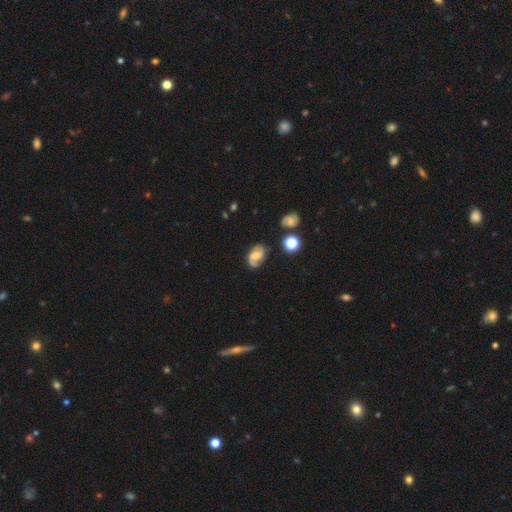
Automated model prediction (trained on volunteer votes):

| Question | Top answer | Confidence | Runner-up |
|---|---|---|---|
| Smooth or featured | featured or disk | 65% | smooth (25%) |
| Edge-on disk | no | 97% | yes (3%) |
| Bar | no | 47% | weak (43%) |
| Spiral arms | yes | 92% | no (8%) |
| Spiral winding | medium | 46% | loose (29%) |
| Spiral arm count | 2 | 73% | 1 (14%) |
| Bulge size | small | 33% | moderate (29%) |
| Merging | none | 65% | minor disturbance (21%) |